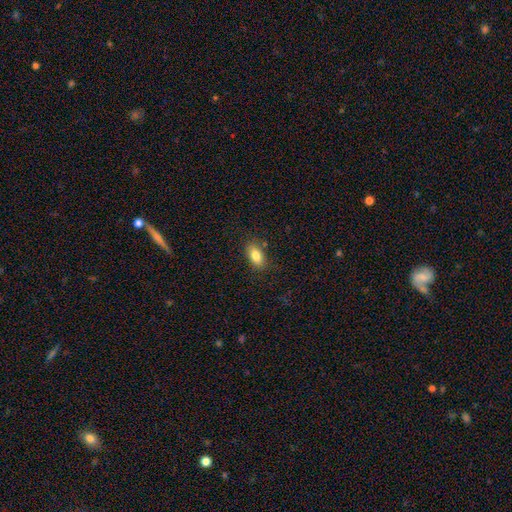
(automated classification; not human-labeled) smooth_or_featured: smooth (p=0.83) [alt: featured or disk p=0.09]
how_rounded: in between (p=0.90) [alt: round p=0.06]
merging: none (p=0.83) [alt: minor disturbance p=0.13]